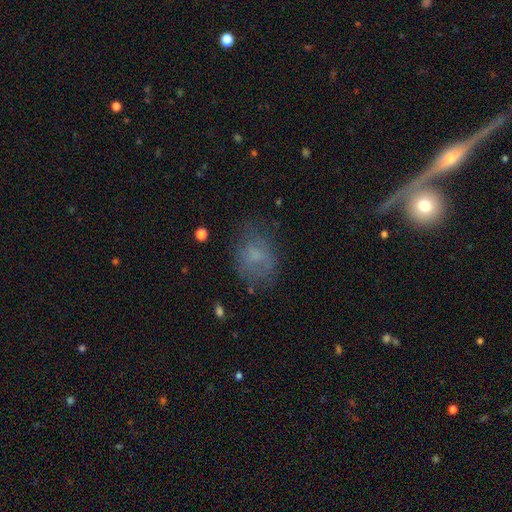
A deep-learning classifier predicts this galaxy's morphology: A smooth galaxy with no disk features (62%) that is in between round and cigar-shaped (53%). Merging: none (60%).